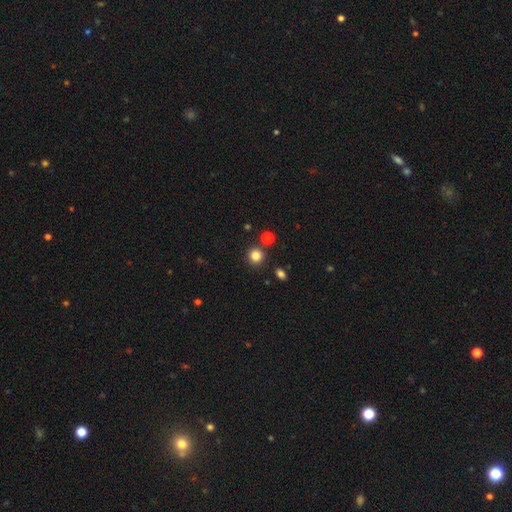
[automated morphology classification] This is clearly a smooth galaxy (82%). How rounded: clearly round (92%). Merging: clearly none (86%).